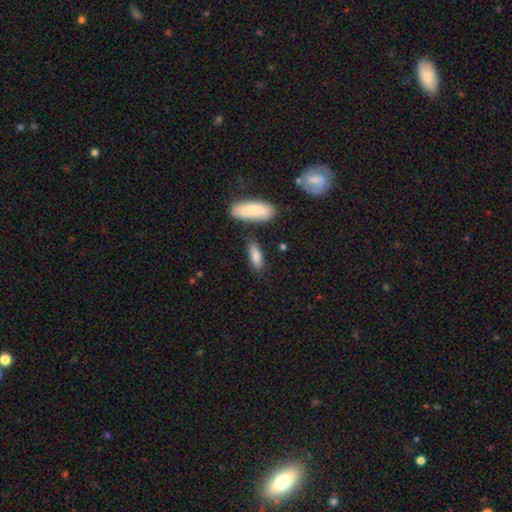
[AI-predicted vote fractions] A smooth galaxy with no disk features (83%) that is in between round and cigar-shaped (64%).

Vote fractions:
- Smooth or featured? smooth: 83% / featured or disk: 11% / star or artifact: 7%
- How rounded? in between: 64% / cigar-shaped: 34% / round: 2%
- Merging? none: 73% / minor disturbance: 15% / merger: 8% / major disturbance: 4%